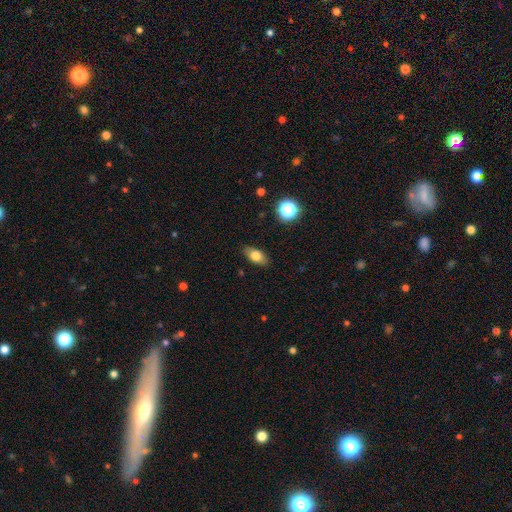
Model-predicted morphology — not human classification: smooth-or-featured: smooth: 76% | featured or disk: 15% | star or artifact: 9%
  how-rounded: in between: 87% | round: 8% | cigar-shaped: 5%
  merging: none: 85% | minor disturbance: 11% | major disturbance: 2% | merger: 1%